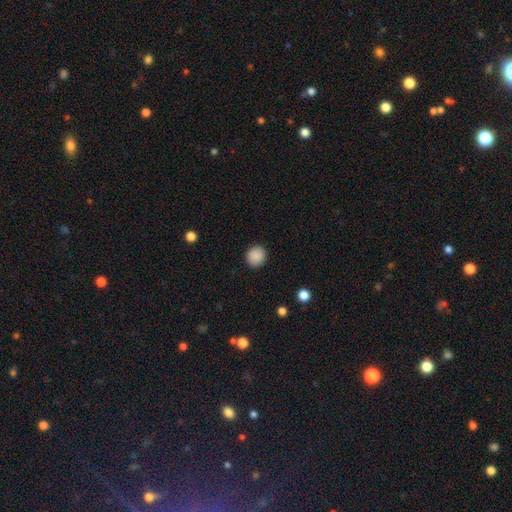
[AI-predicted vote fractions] Overall: smooth (89%). How rounded: round (90%). Merging: none (91%).